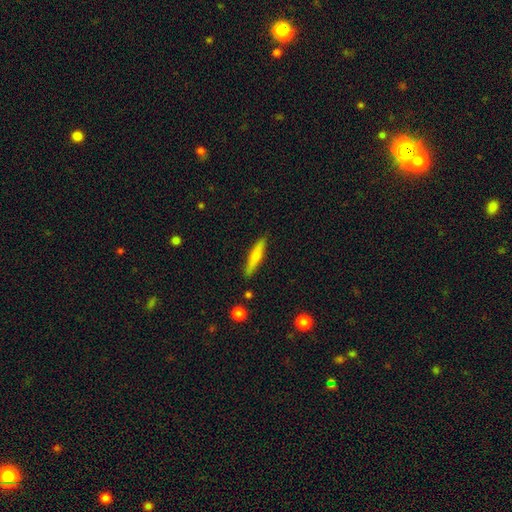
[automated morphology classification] Q: Smooth or featured?
A: smooth (55%); runner-up: featured or disk (39%)
Q: How rounded?
A: cigar-shaped (88%); runner-up: in between (10%)
Q: Merging?
A: none (88%); runner-up: minor disturbance (9%)